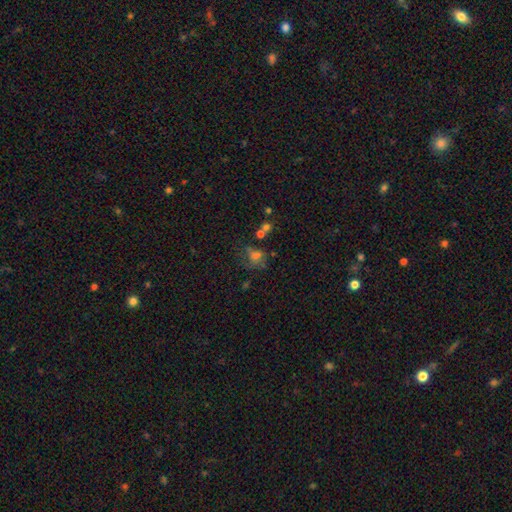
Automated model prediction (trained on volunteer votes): A smooth galaxy with no disk features (49%).

Vote fractions:
- Smooth or featured? smooth: 49% / featured or disk: 27% / star or artifact: 23%
- Merging? none: 36% / major disturbance: 29% / minor disturbance: 21% / merger: 14%